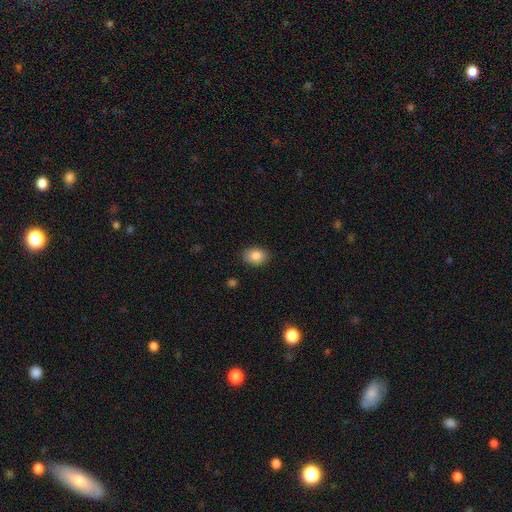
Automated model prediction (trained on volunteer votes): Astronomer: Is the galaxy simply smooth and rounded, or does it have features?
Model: smooth — 86%.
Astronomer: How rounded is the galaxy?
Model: in between — 75%.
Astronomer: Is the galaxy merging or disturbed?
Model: none — 87%.